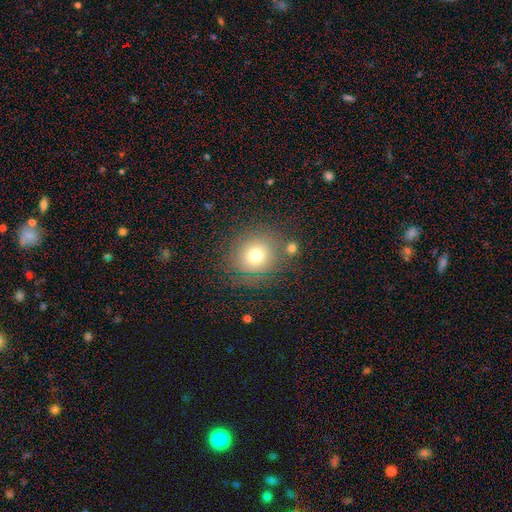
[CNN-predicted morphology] Smooth or featured?
  - smooth: 71% *
  - star or artifact: 16%
  - featured or disk: 13%
How rounded?
  - round: 89% *
  - in between: 10%
  - cigar-shaped: 1%
Merging?
  - none: 77% *
  - minor disturbance: 11%
  - merger: 6%
  - major disturbance: 5%